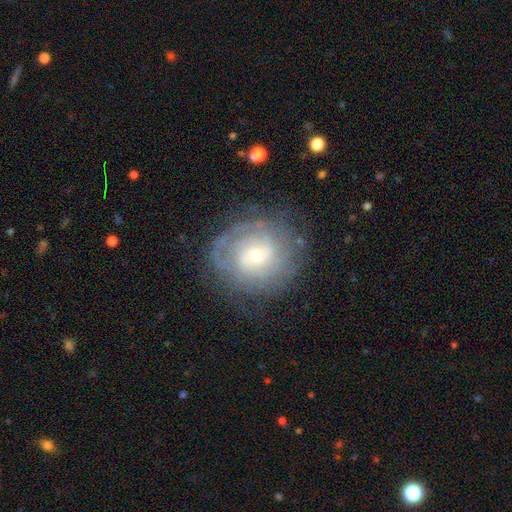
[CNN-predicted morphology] A featured or disk galaxy (75%) with no bar (62%), tight (66%) spiral arms (88%) and a small central bulge (50%).

Vote fractions:
- Smooth or featured? featured or disk: 75% / smooth: 18% / star or artifact: 7%
- Edge-on disk? no: 97% / yes: 3%
- Bar? no: 62% / weak: 32% / strong: 6%
- Spiral arms? yes: 88% / no: 12%
- Spiral winding? tight: 66% / medium: 26% / loose: 8%
- Spiral arm count? can't tell: 45% / 2: 24% / 3: 14% / 4: 7% / 1: 6% / more than 4: 5%
- Bulge size? small: 50% / moderate: 43% / large: 5% / none: 2% / dominant: 1%
- Merging? none: 74% / minor disturbance: 16% / major disturbance: 8% / merger: 1%